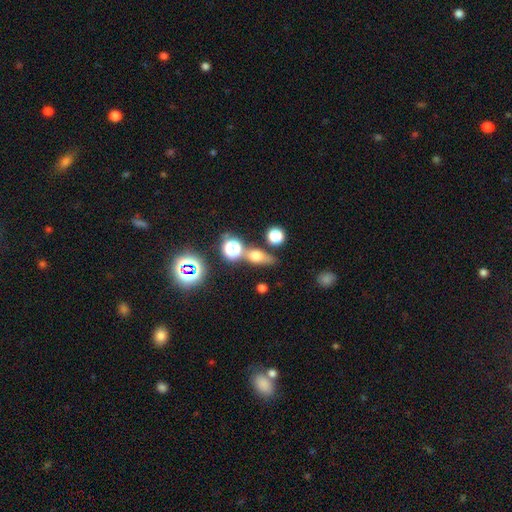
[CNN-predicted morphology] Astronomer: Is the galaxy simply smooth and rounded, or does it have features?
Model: smooth — 56%.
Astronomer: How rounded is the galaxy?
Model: in between — 48% (runner-up: round, 37%).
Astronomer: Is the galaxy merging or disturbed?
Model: none — 59%.